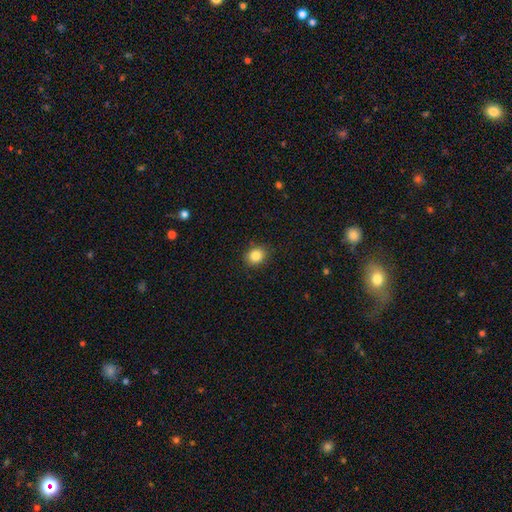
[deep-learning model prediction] Smooth or featured? smooth (85%)
How rounded? round (66%)
Merging? none (87%)